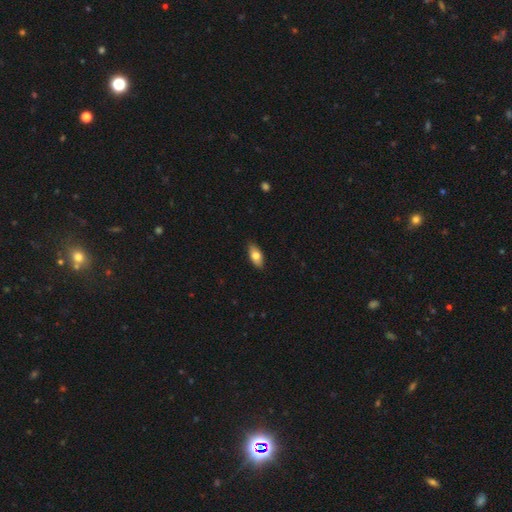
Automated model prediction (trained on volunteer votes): Q: Smooth or featured?
A: smooth (78%); runner-up: featured or disk (16%)
Q: How rounded?
A: in between (88%); runner-up: cigar-shaped (9%)
Q: Merging?
A: none (88%); runner-up: minor disturbance (10%)